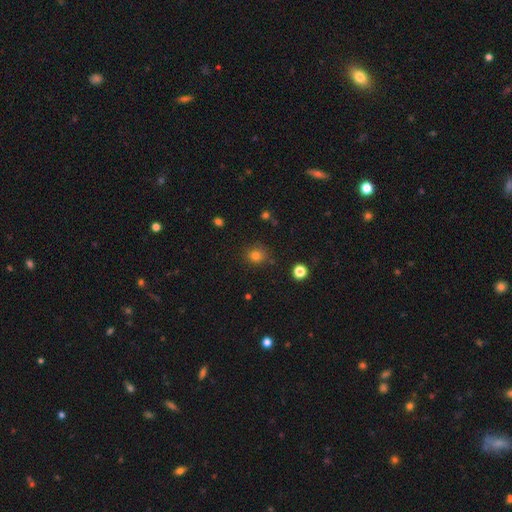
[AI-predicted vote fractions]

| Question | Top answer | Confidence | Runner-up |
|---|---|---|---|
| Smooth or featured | smooth | 79% | star or artifact (15%) |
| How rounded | round | 84% | in between (15%) |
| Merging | none | 81% | minor disturbance (12%) |